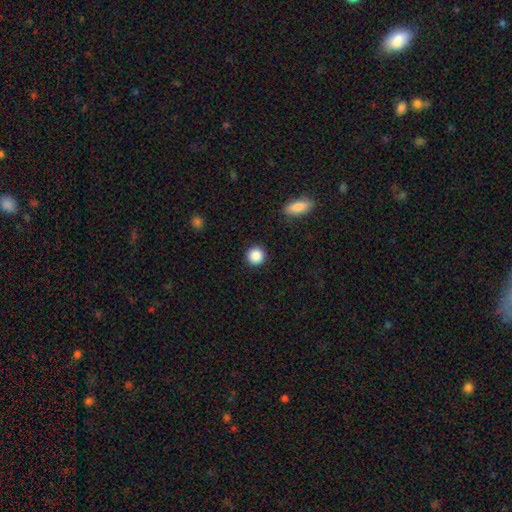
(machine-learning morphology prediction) This appears to be a smooth galaxy with no disk features (88%) that is round (94%). Merging: none (92%).